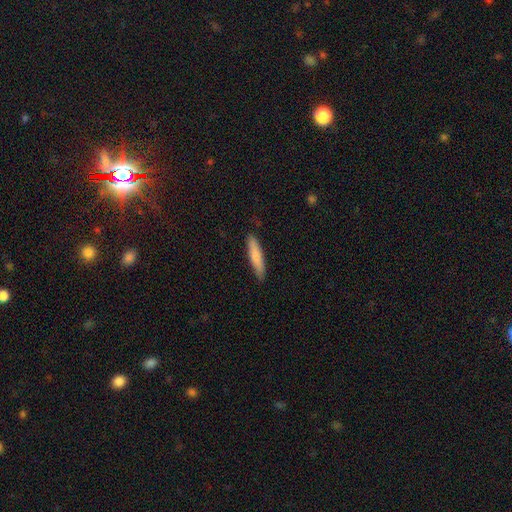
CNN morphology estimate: smooth 78%, featured or disk 17%, star or artifact 5%. Down the decision tree: how rounded — cigar-shaped (86%); merging — none (87%).